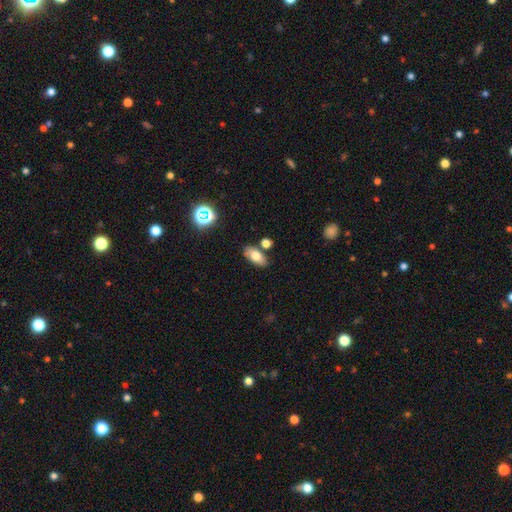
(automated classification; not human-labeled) This is likely a smooth galaxy (74%). How rounded: clearly in between (88%). Merging: likely none (76%).